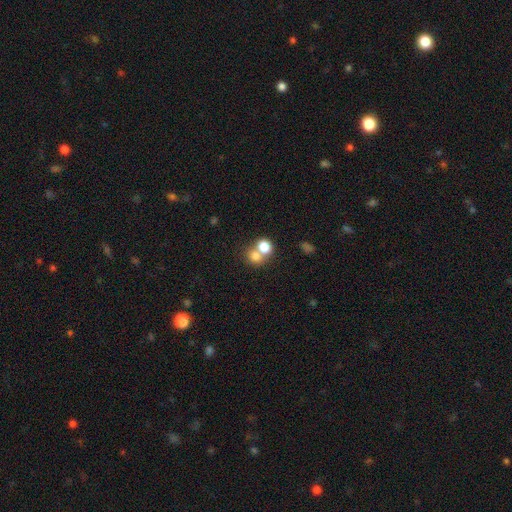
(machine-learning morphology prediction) type=smooth (75%); roundness=round (69%); merging=merger (57%).